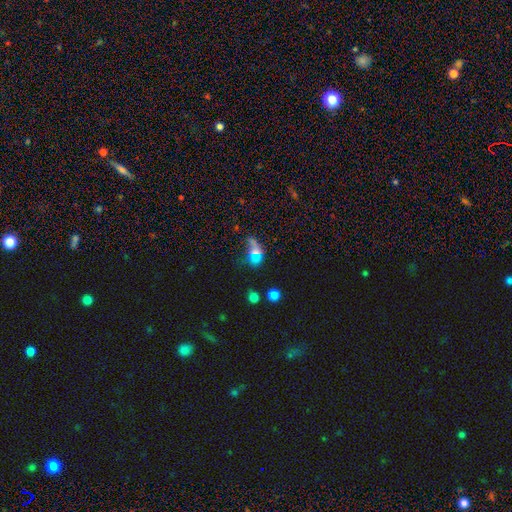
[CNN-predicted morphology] smooth 56%, star or artifact 27%, featured or disk 17%. Down the decision tree: how rounded — in between (64%); merging — none (46%).